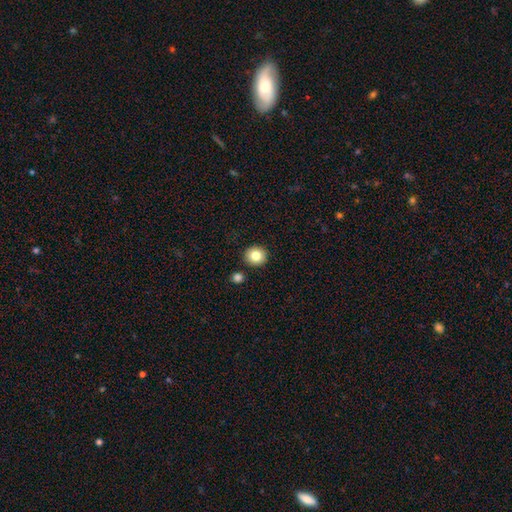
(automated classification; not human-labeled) Smooth or featured?
  - smooth: 83% *
  - star or artifact: 9%
  - featured or disk: 8%
How rounded?
  - round: 90% *
  - in between: 9%
  - cigar-shaped: 1%
Merging?
  - none: 89% *
  - minor disturbance: 6%
  - merger: 3%
  - major disturbance: 2%